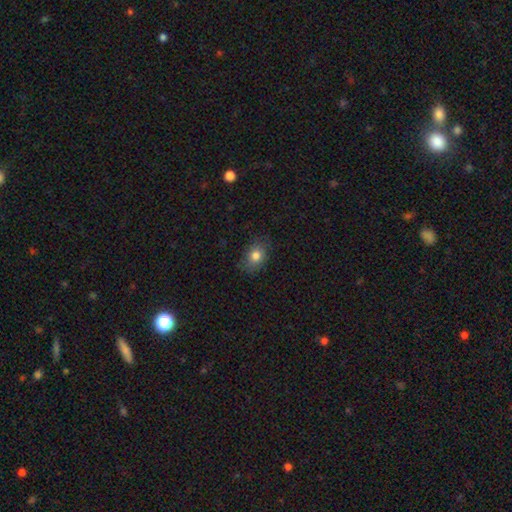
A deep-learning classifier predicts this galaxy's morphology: smooth-or-featured: smooth: 80% | featured or disk: 10% | star or artifact: 10%
  how-rounded: in between: 72% | round: 27% | cigar-shaped: 1%
  merging: none: 80% | minor disturbance: 16% | major disturbance: 4% | merger: 1%